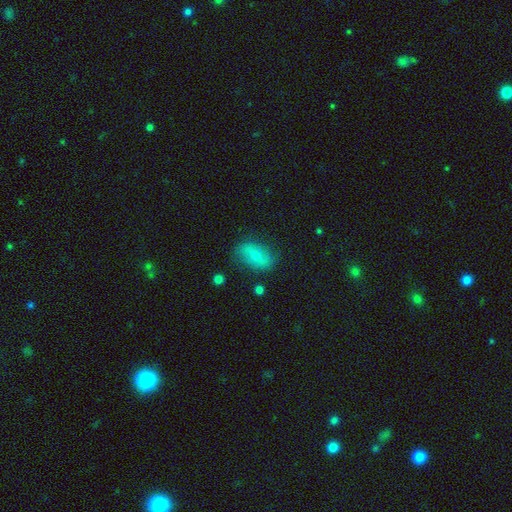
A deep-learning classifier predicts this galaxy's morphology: smooth_or_featured: smooth (p=0.54) [alt: featured or disk p=0.37]
how_rounded: in between (p=0.86) [alt: round p=0.11]
merging: none (p=0.79) [alt: minor disturbance p=0.15]